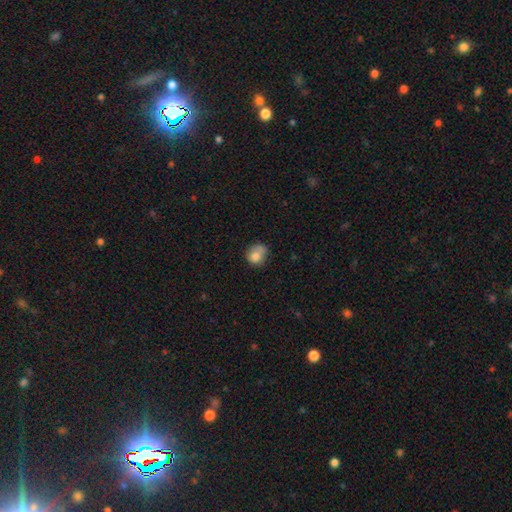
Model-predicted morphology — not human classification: The model was most divided on "merging": none: 47%, minor disturbance: 31%, major disturbance: 12%, merger: 11%. More confident: smooth or featured — smooth (79%); how rounded — round (72%).